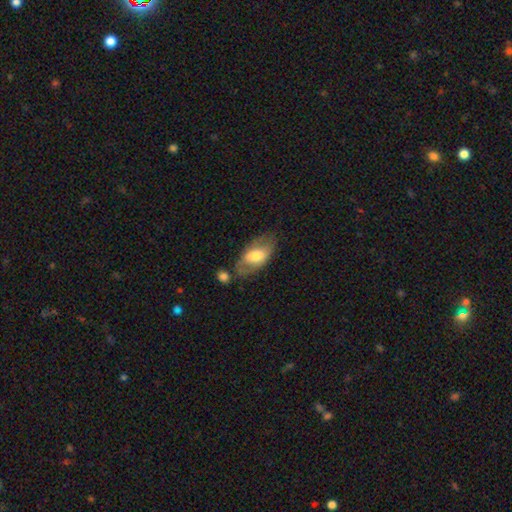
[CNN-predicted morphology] Smooth or featured? Predicted: smooth (p=0.57). How rounded? Predicted: in between (p=0.91). Merging? Predicted: none (p=0.56).